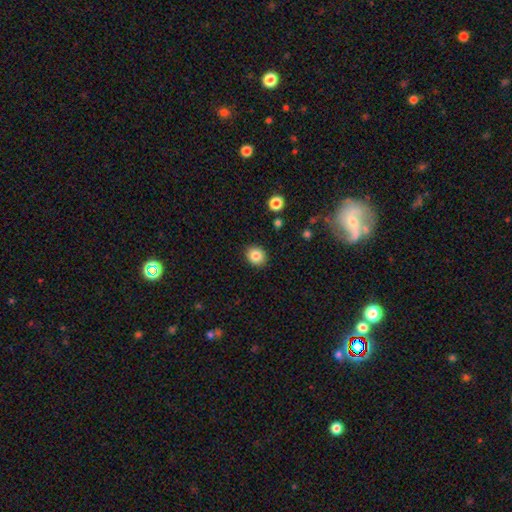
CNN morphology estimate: Smooth or featured: smooth — 85% (star or artifact — 9%)
How rounded: round — 66% (in between — 33%)
Merging: none — 90% (minor disturbance — 7%)